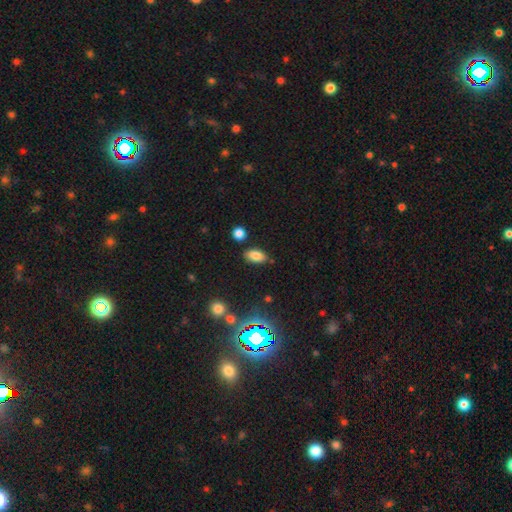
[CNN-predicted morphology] This is likely a smooth galaxy (80%). How rounded: clearly in between (89%). Merging: clearly none (80%).